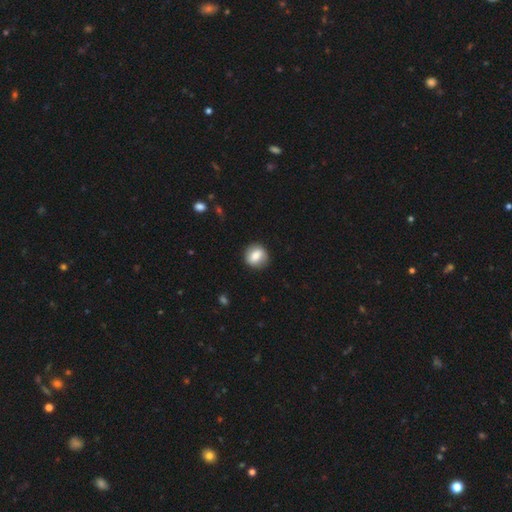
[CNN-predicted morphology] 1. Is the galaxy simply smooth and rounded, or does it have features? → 74% smooth, 19% featured or disk, 8% star or artifact.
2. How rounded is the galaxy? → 75% round, 24% in between, 1% cigar-shaped.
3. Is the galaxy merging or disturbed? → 86% none, 10% minor disturbance, 3% major disturbance, 1% merger.